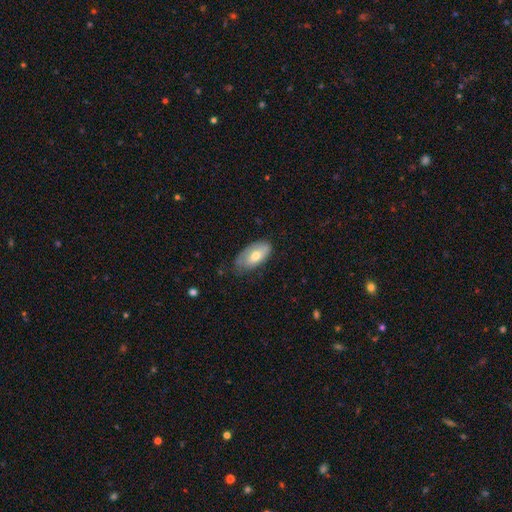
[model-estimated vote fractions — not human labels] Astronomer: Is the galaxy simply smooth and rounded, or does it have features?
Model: smooth — 65%.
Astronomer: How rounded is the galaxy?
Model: in between — 92%.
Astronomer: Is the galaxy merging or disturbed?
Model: none — 60%.